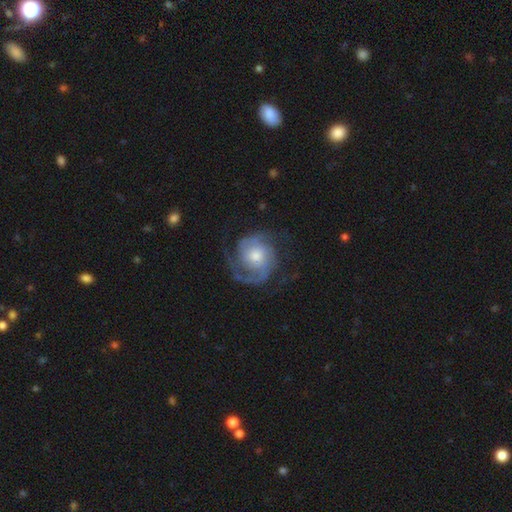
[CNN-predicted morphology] Q: Smooth or featured?
A: featured or disk (87%); runner-up: smooth (8%)
Q: Edge-on disk?
A: no (98%); runner-up: yes (2%)
Q: Bar?
A: no (71%); runner-up: weak (23%)
Q: Spiral arms?
A: yes (97%); runner-up: no (3%)
Q: Spiral winding?
A: medium (45%); runner-up: tight (42%)
Q: Spiral arm count?
A: 2 (70%); runner-up: 3 (13%)
Q: Bulge size?
A: moderate (53%); runner-up: small (35%)
Q: Merging?
A: none (72%); runner-up: minor disturbance (16%)